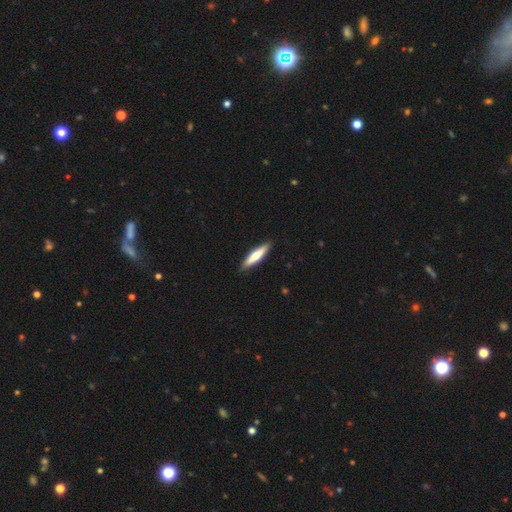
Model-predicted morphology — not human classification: The model was most divided on "smooth or featured": smooth: 59%, featured or disk: 36%, star or artifact: 5%. More confident: merging — none (90%); how rounded — cigar-shaped (79%).